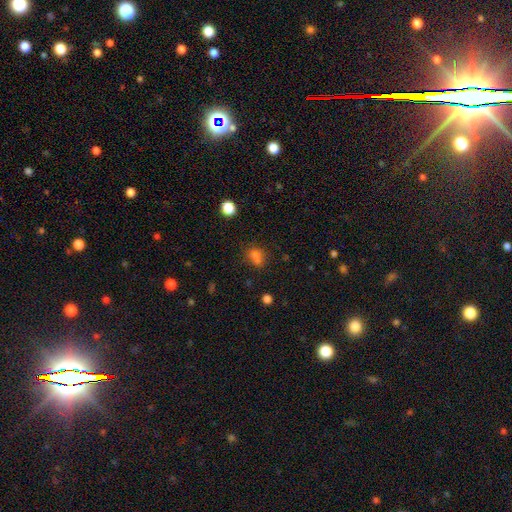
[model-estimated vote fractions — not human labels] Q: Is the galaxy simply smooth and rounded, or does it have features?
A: smooth — 69%.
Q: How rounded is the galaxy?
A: round — 72%.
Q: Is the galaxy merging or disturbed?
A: none — 51%.